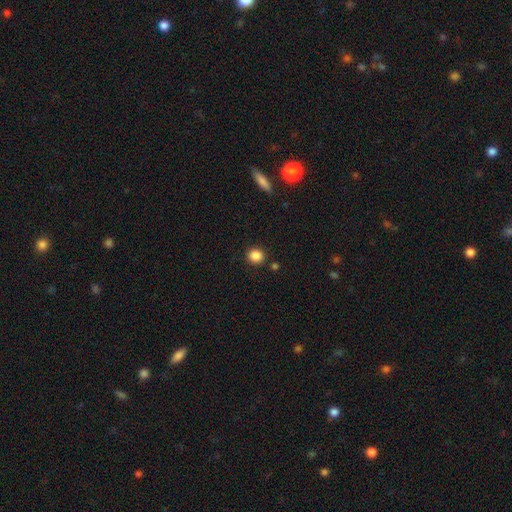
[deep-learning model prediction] This is clearly a smooth galaxy (86%). How rounded: clearly round (87%). Merging: clearly none (89%).